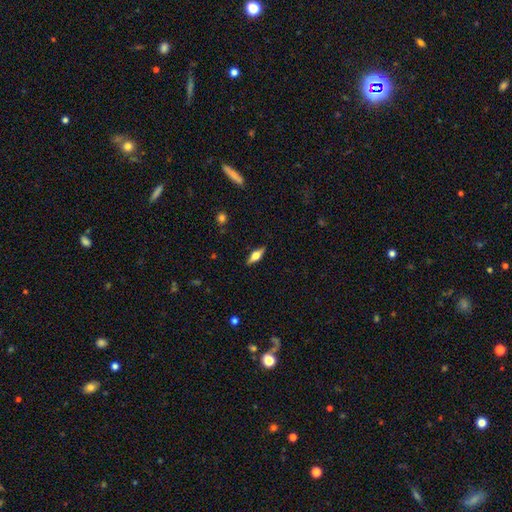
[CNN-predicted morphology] smooth-or-featured: smooth: 47% | featured or disk: 46% | star or artifact: 7%
  merging: none: 87% | minor disturbance: 10% | major disturbance: 2% | merger: 1%